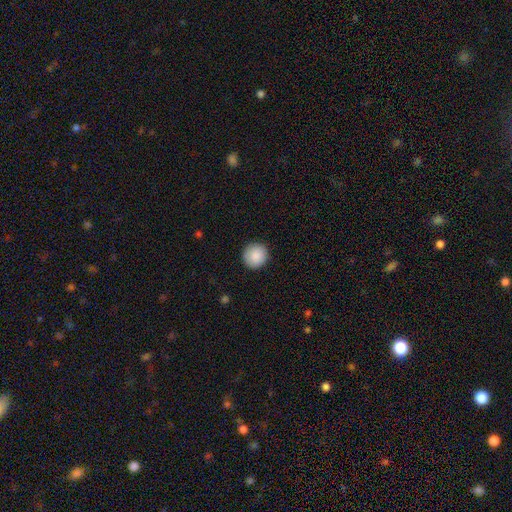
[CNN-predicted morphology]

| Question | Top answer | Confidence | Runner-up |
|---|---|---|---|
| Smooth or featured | smooth | 89% | star or artifact (7%) |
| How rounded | round | 94% | in between (5%) |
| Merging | none | 91% | minor disturbance (6%) |